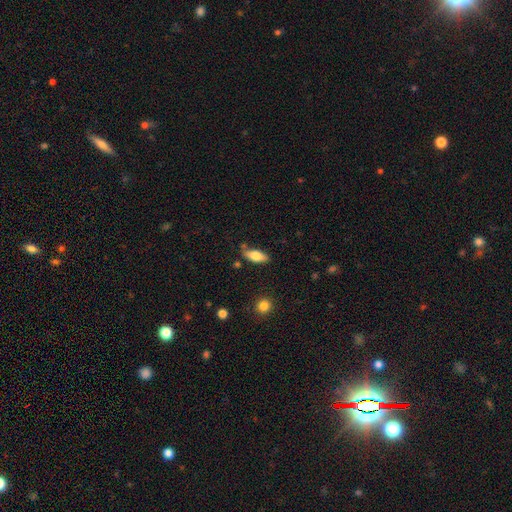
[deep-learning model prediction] This is likely a smooth galaxy (74%). How rounded: likely in between (78%). Merging: likely none (76%).